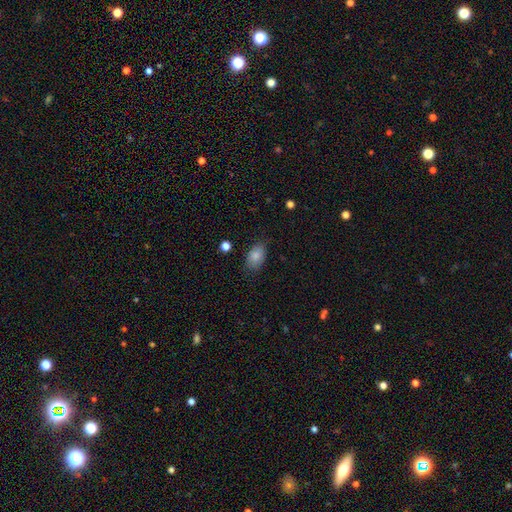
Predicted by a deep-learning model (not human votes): smooth-or-featured: smooth: 85% | star or artifact: 8% | featured or disk: 7%
  how-rounded: in between: 89% | round: 9% | cigar-shaped: 2%
  merging: none: 77% | minor disturbance: 17% | major disturbance: 4% | merger: 1%